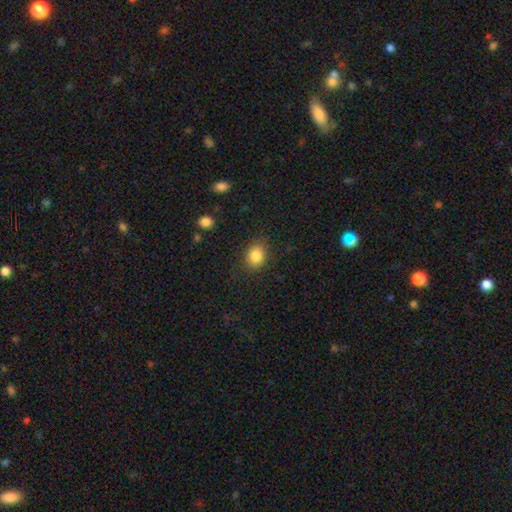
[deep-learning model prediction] This is clearly a smooth galaxy (85%). How rounded: possibly in between (56%). Merging: clearly none (85%).